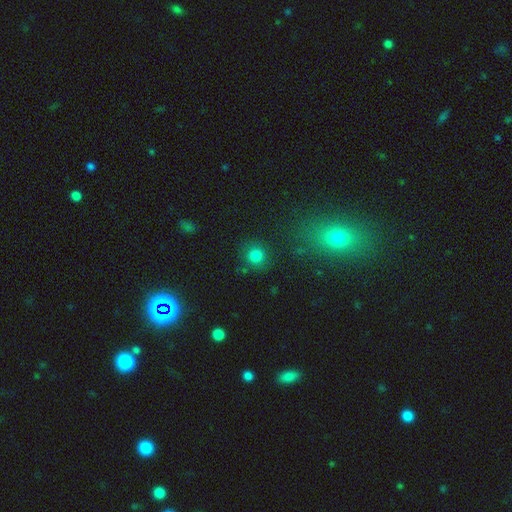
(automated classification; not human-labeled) Smooth or featured? smooth (80%)
How rounded? round (90%)
Merging? none (82%)